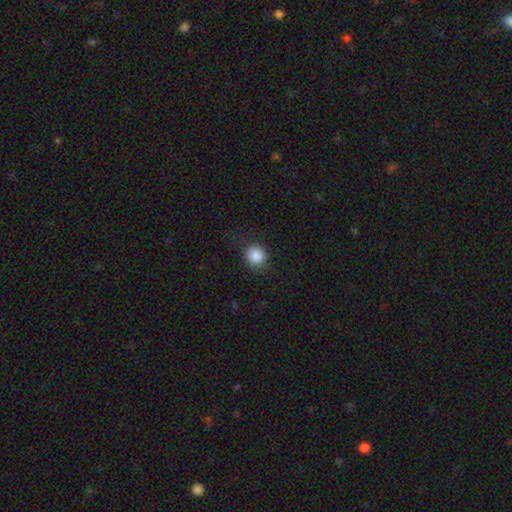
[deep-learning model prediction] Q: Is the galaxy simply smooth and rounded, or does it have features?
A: smooth — 87%.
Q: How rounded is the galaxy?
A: round — 86%.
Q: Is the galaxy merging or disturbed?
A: none — 84%.